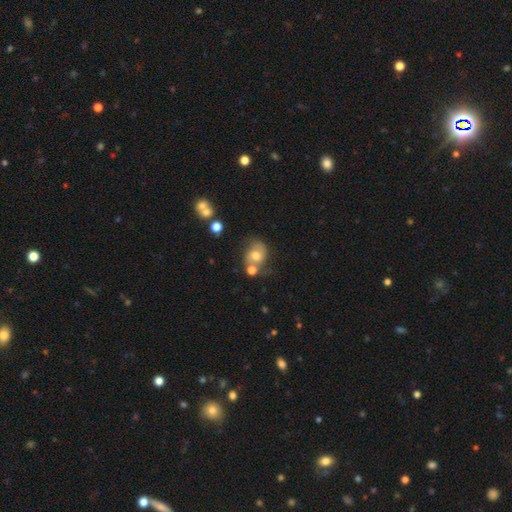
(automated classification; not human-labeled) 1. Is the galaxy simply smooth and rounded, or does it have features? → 52% smooth, 36% featured or disk, 11% star or artifact.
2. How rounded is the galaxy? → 58% round, 41% in between, 1% cigar-shaped.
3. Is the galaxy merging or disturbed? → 46% none, 23% merger, 20% minor disturbance, 10% major disturbance.